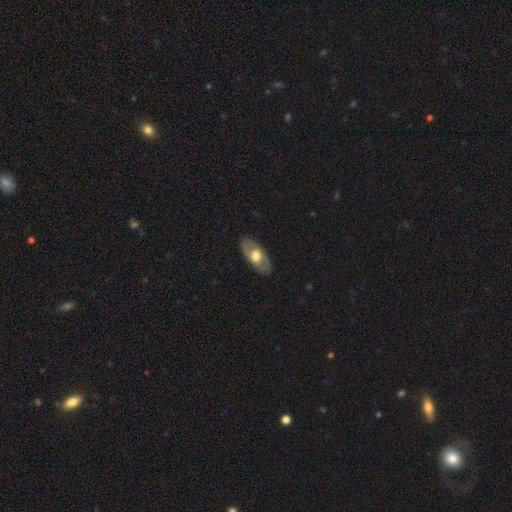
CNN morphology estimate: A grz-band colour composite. It shows a featured or disk galaxy (54%). Merging: none (85%).